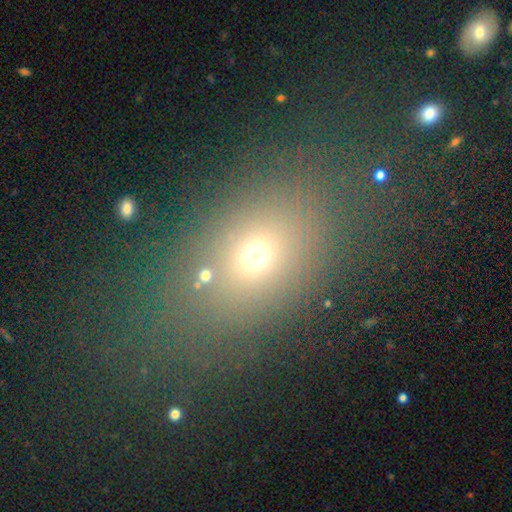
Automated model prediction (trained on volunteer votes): Smooth or featured: smooth — 65% (star or artifact — 21%)
How rounded: in between — 65% (round — 32%)
Merging: none — 69% (minor disturbance — 13%)